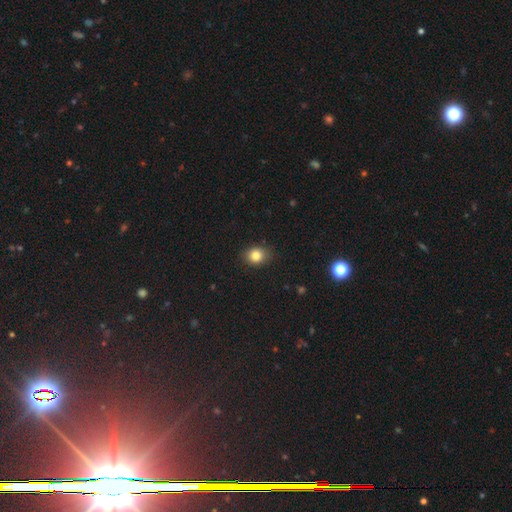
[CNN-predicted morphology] Smooth or featured? smooth (82%)
How rounded? round (55%)
Merging? none (86%)